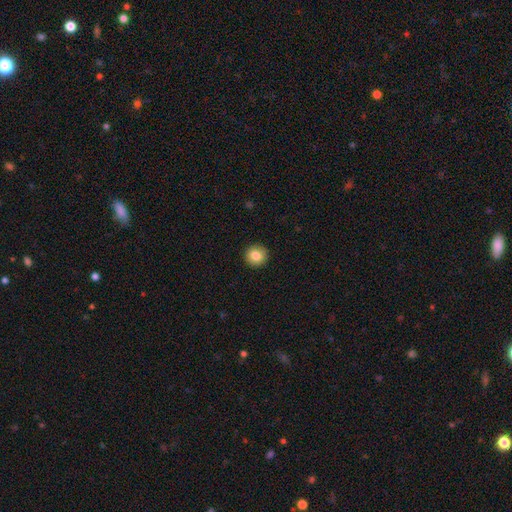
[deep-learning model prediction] Smooth or featured? Predicted: smooth (p=0.83). How rounded? Predicted: round (p=0.95). Merging? Predicted: none (p=0.93).